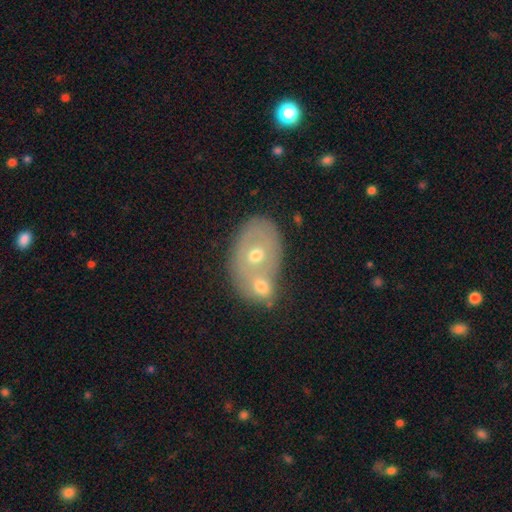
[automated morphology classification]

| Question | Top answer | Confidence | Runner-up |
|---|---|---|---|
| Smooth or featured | featured or disk | 47% | smooth (44%) |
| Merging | merger | 61% | none (26%) |